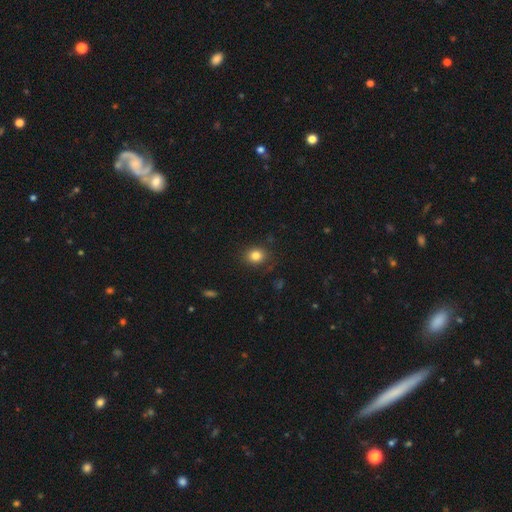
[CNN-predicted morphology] Smooth or featured? smooth (82%)
How rounded? round (67%)
Merging? none (85%)